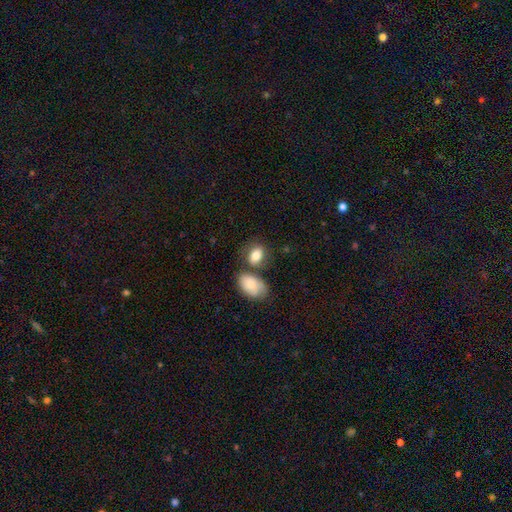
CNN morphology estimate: type=smooth (82%); roundness=in between (78%); merging=none (52%).